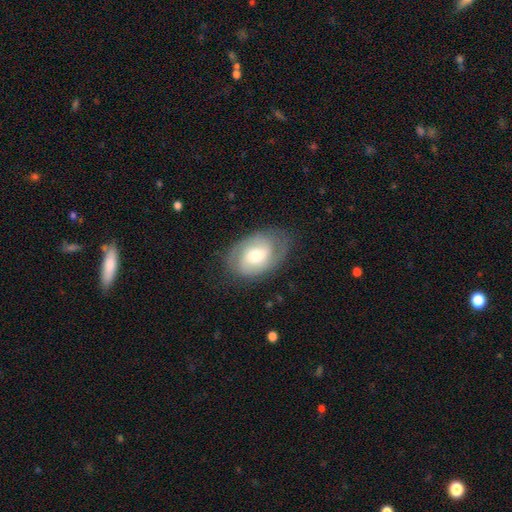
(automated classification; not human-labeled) smooth-or-featured: featured or disk: 60% | smooth: 33% | star or artifact: 7%
  disk-edge-on: no: 95% | yes: 5%
    bar: no: 49% | weak: 40% | strong: 11%
    has-spiral-arms: yes: 82% | no: 18%
    bulge-size: moderate: 66% | small: 18% | large: 13% | dominant: 1% | none: 1%
  merging: none: 73% | minor disturbance: 18% | major disturbance: 8% | merger: 1%